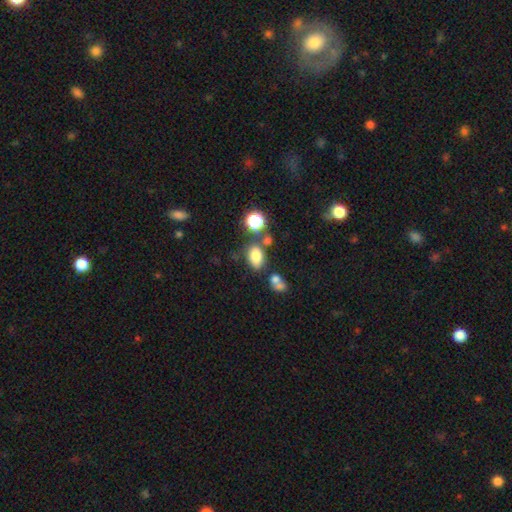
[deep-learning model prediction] A smooth galaxy with no disk features (78%) that is in between round and cigar-shaped (79%).

Vote fractions:
- Smooth or featured? smooth: 78% / star or artifact: 14% / featured or disk: 9%
- How rounded? in between: 79% / round: 19% / cigar-shaped: 2%
- Merging? none: 60% / merger: 18% / minor disturbance: 15% / major disturbance: 6%